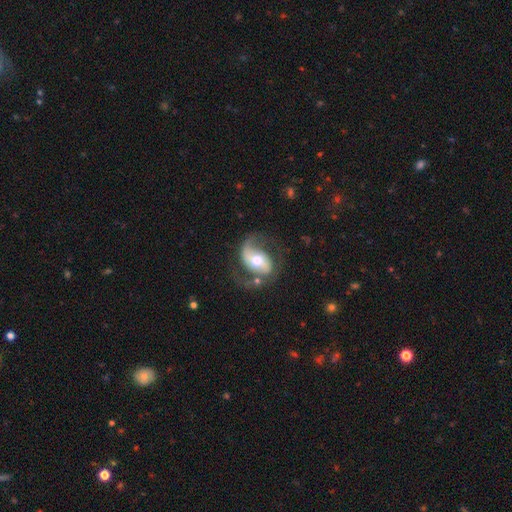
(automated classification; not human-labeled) Q: Smooth or featured?
A: featured or disk (84%); runner-up: smooth (11%)
Q: Edge-on disk?
A: no (97%); runner-up: yes (3%)
Q: Bar?
A: no (41%); runner-up: weak (32%)
Q: Spiral arms?
A: yes (94%); runner-up: no (6%)
Q: Spiral winding?
A: medium (45%); runner-up: loose (42%)
Q: Spiral arm count?
A: 2 (86%); runner-up: 1 (7%)
Q: Bulge size?
A: moderate (70%); runner-up: small (16%)
Q: Merging?
A: none (62%); runner-up: minor disturbance (19%)